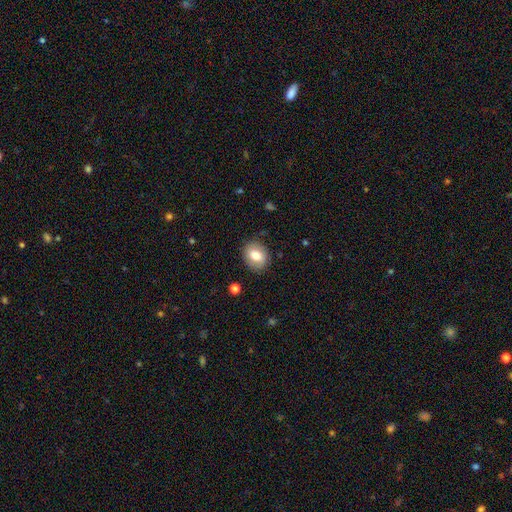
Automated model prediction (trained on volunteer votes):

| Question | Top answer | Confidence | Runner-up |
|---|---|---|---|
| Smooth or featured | smooth | 73% | featured or disk (19%) |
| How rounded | in between | 53% | round (46%) |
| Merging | none | 85% | minor disturbance (11%) |